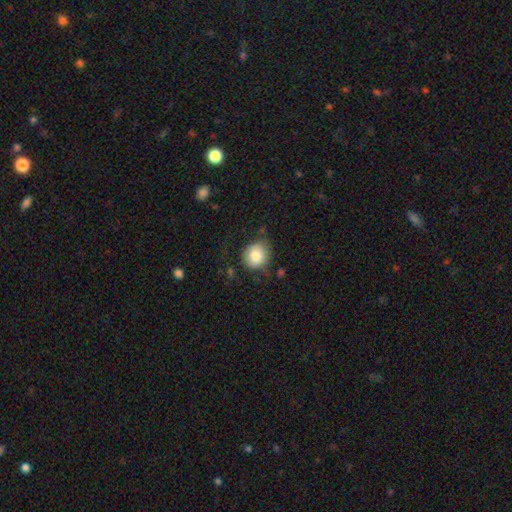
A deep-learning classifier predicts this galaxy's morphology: type=smooth (82%); roundness=round (80%); merging=none (69%).